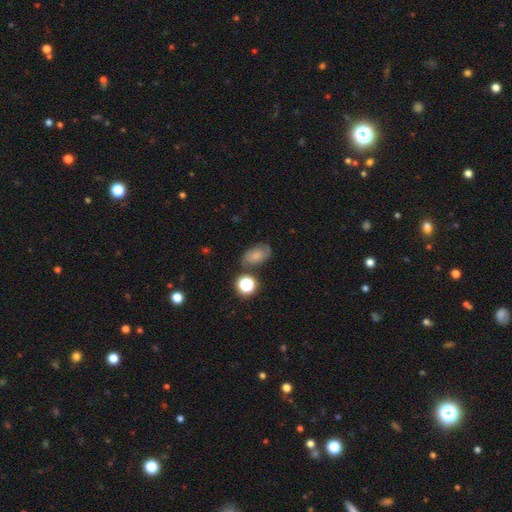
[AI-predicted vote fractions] Smooth or featured? smooth (64%)
How rounded? in between (83%)
Merging? none (69%)